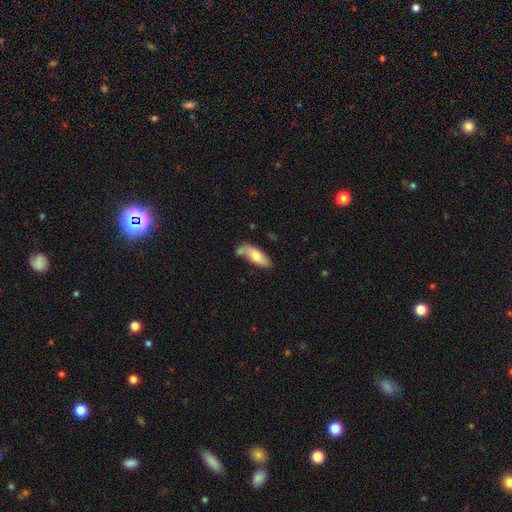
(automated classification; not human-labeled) A smooth galaxy with no disk features (69%) that is in between round and cigar-shaped (67%).

Vote fractions:
- Smooth or featured? smooth: 69% / featured or disk: 25% / star or artifact: 6%
- How rounded? in between: 67% / cigar-shaped: 31% / round: 2%
- Merging? none: 49% / minor disturbance: 23% / merger: 19% / major disturbance: 8%